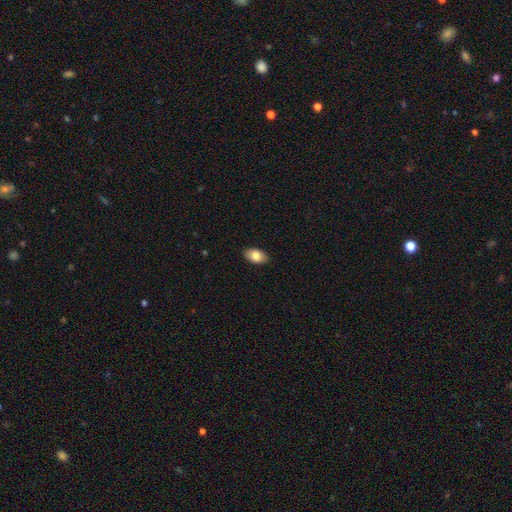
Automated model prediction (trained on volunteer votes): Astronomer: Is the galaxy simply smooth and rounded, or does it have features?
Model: smooth — 83%.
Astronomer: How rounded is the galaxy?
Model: in between — 92%.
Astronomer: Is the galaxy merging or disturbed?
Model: none — 88%.